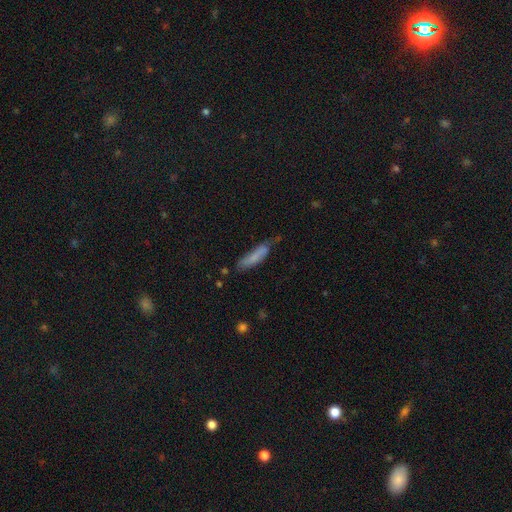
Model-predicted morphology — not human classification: Smooth or featured? smooth (72%)
How rounded? cigar-shaped (76%)
Merging? none (55%)